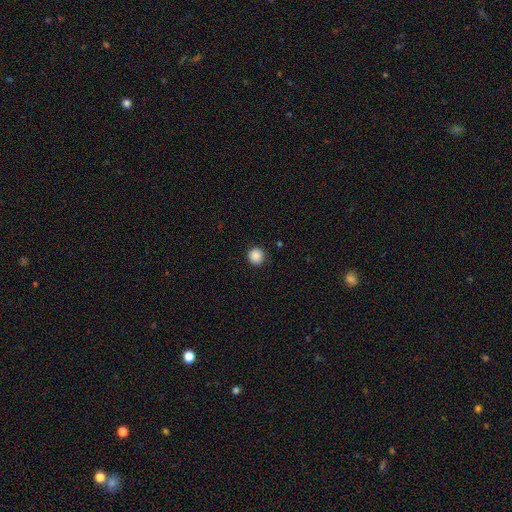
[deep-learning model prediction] Overall: smooth (87%). How rounded: round (95%). Merging: none (90%).